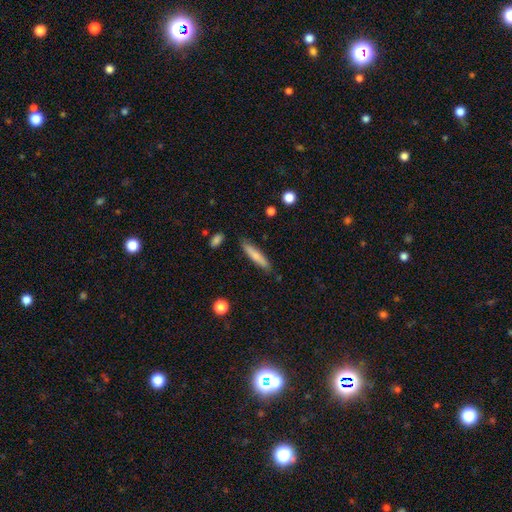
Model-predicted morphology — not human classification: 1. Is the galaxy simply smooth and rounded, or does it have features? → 75% smooth, 19% featured or disk, 6% star or artifact.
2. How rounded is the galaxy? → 86% cigar-shaped, 12% in between, 1% round.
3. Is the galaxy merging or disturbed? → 85% none, 11% minor disturbance, 2% major disturbance, 2% merger.